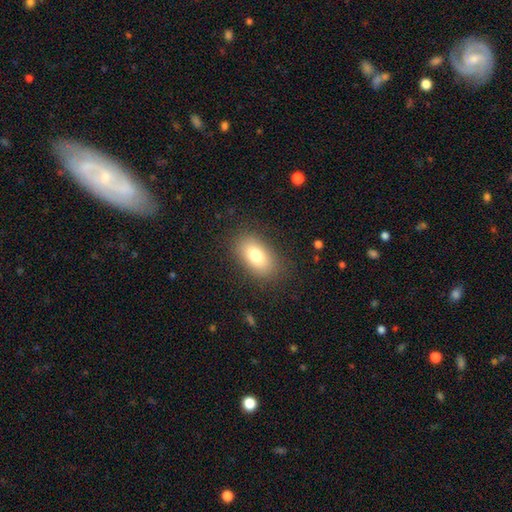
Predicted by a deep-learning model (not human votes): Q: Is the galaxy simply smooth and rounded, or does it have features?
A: smooth — 78%.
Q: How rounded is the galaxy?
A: in between — 89%.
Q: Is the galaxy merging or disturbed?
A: none — 84%.